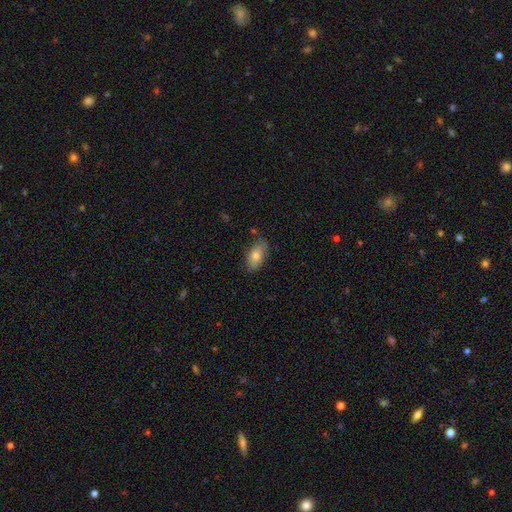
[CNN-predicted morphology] smooth_or_featured: smooth (p=0.74) [alt: featured or disk p=0.18]
how_rounded: in between (p=0.90) [alt: cigar-shaped p=0.06]
merging: none (p=0.76) [alt: minor disturbance p=0.18]